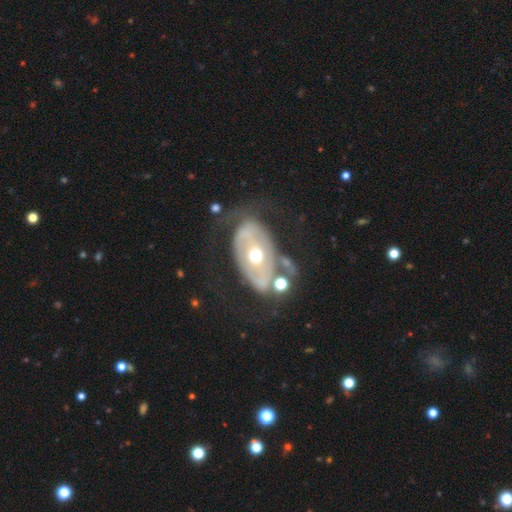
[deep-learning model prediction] This is likely a featured or disk galaxy (70%). It is clearly not viewed edge-on (92%). Bar: likely no (73%). Spiral arm pattern: possibly no (59%). Central bulge: likely moderate (76%). Merging: possibly none (48%).